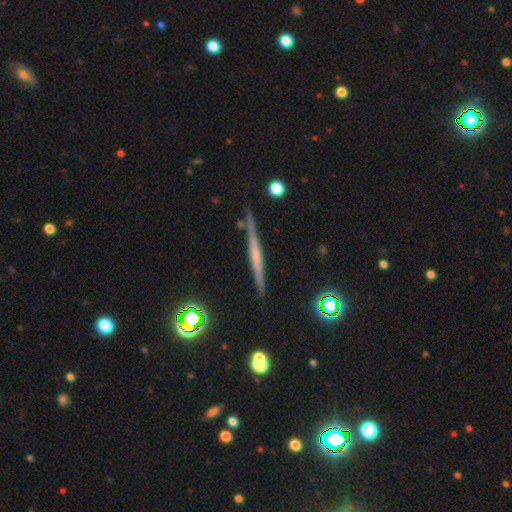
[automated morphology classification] A featured or disk galaxy (56%) viewed edge-on (97%) with no central bulge (73%). Merging: none (87%).